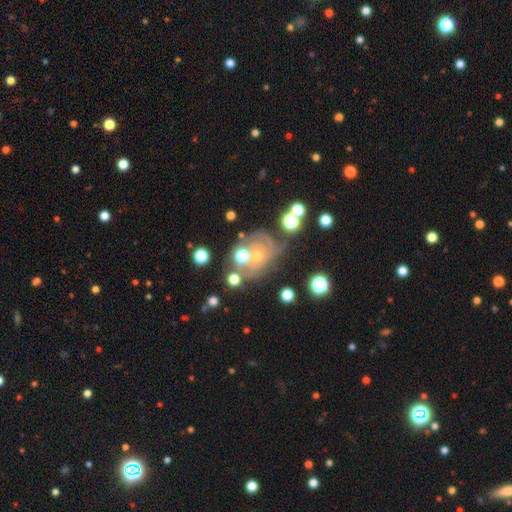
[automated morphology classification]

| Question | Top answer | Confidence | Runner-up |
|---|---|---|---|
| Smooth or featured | featured or disk | 60% | star or artifact (20%) |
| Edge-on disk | no | 96% | yes (4%) |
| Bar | no | 75% | weak (20%) |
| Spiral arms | yes | 78% | no (22%) |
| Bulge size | small | 56% | moderate (32%) |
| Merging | none | 51% | minor disturbance (19%) |